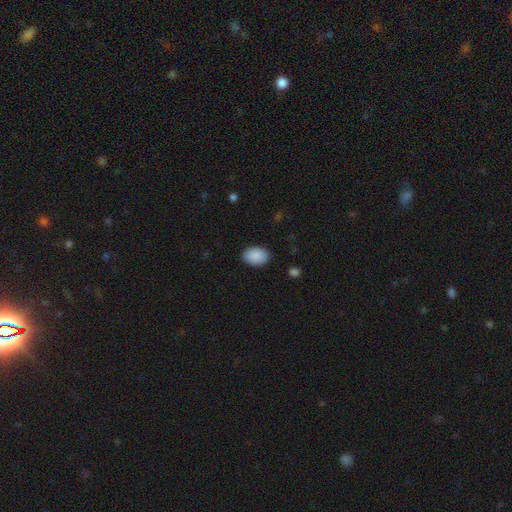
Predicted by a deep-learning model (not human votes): Smooth or featured? smooth (90%)
How rounded? in between (86%)
Merging? none (88%)